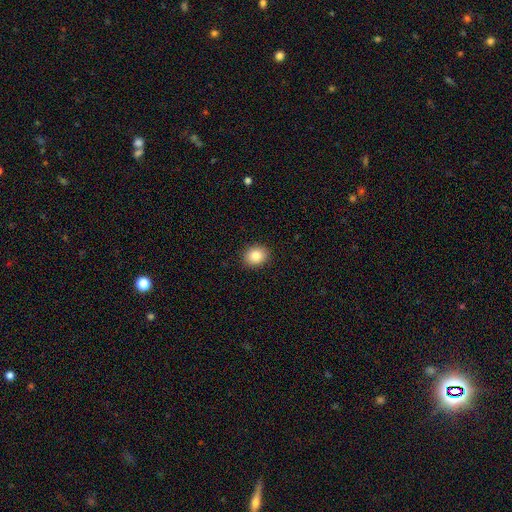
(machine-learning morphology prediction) Smooth or featured? smooth (85%)
How rounded? round (56%)
Merging? none (90%)